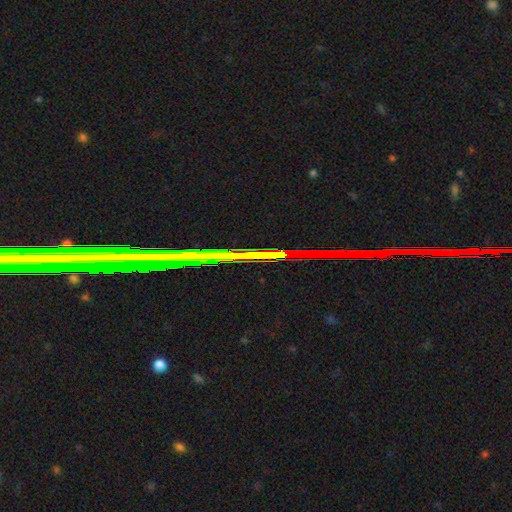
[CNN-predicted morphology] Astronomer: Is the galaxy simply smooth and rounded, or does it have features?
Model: star or artifact — 81%.